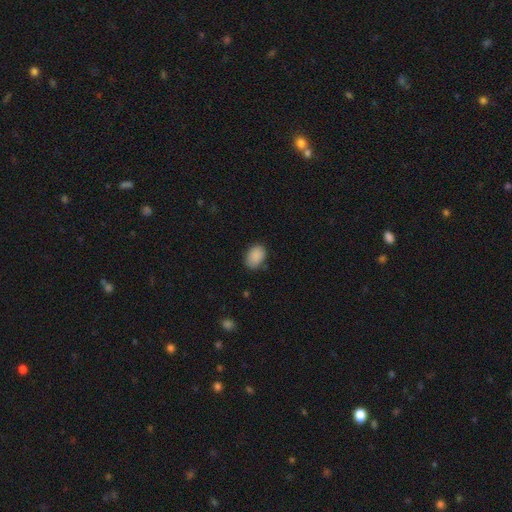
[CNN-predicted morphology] A smooth galaxy with no disk features (89%) that is in between round and cigar-shaped (80%). Merging: none (78%).